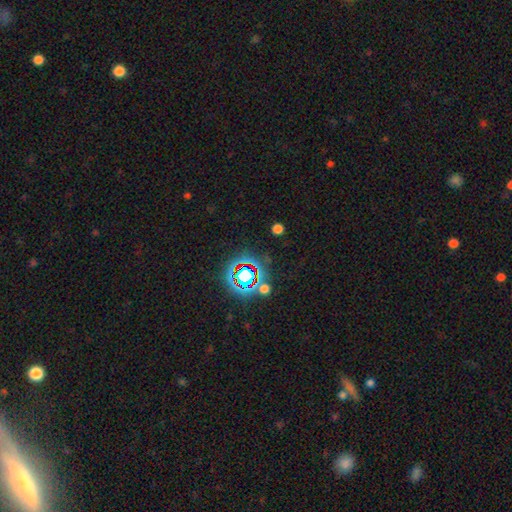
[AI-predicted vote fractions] Morphology: type=star or artifact (76%).